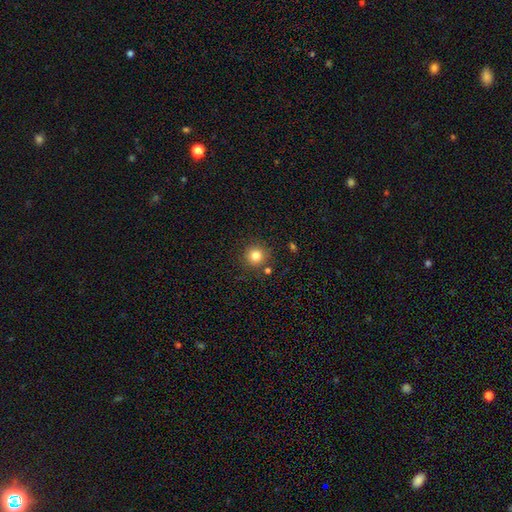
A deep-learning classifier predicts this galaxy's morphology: type=smooth (82%); roundness=round (94%); merging=none (85%).